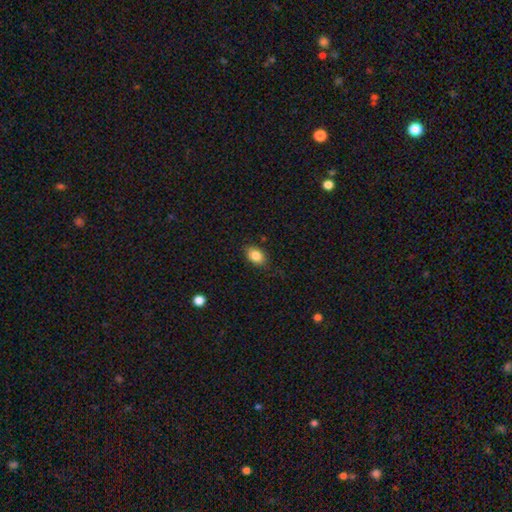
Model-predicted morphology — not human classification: smooth_or_featured: smooth (p=0.85) [alt: star or artifact p=0.08]
how_rounded: in between (p=0.80) [alt: round p=0.18]
merging: none (p=0.83) [alt: minor disturbance p=0.13]